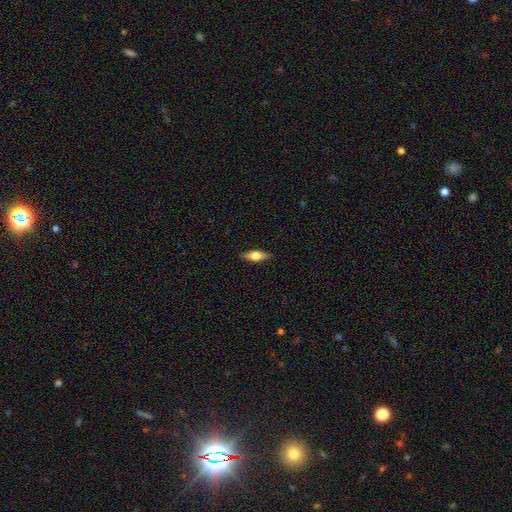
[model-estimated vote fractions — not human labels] Smooth or featured? smooth (56%)
How rounded? in between (64%)
Merging? none (88%)